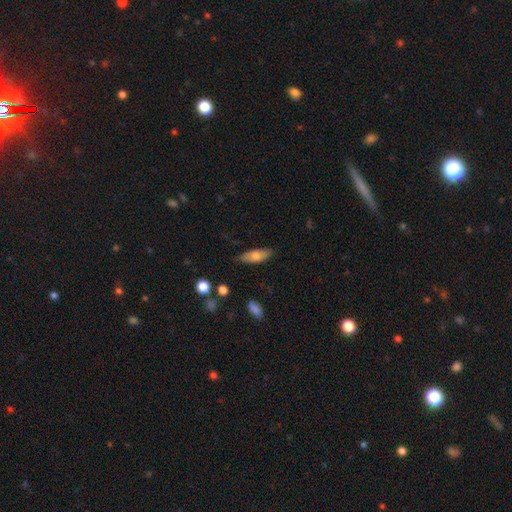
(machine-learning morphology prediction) This is likely a smooth galaxy (70%). How rounded: likely in between (62%). Merging: clearly none (82%).